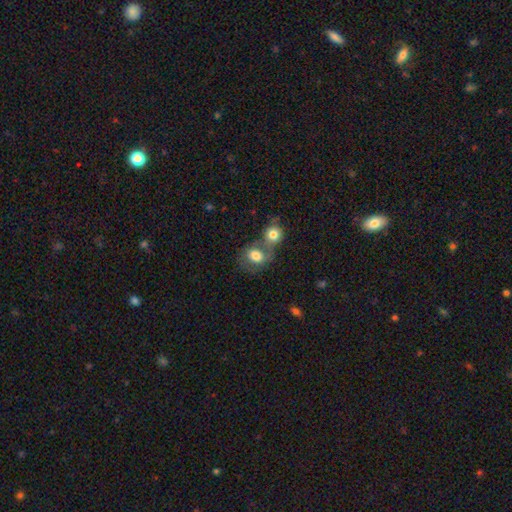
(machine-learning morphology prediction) smooth 71%, featured or disk 21%, star or artifact 8%. Down the decision tree: how rounded — round (51%); merging — merger (55%).